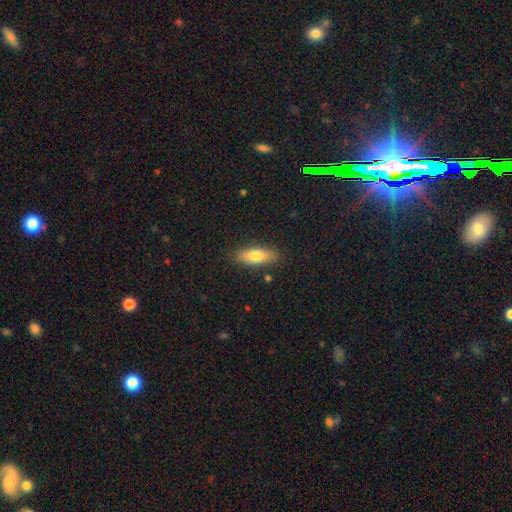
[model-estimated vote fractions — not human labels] A smooth galaxy with no disk features (77%) that is in between round and cigar-shaped (73%). Merging: none (83%).